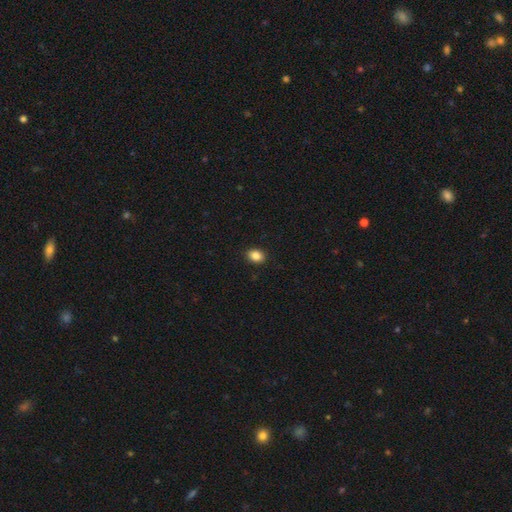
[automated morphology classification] Smooth or featured: smooth — 86% (star or artifact — 9%)
How rounded: in between — 66% (round — 33%)
Merging: none — 91% (minor disturbance — 7%)